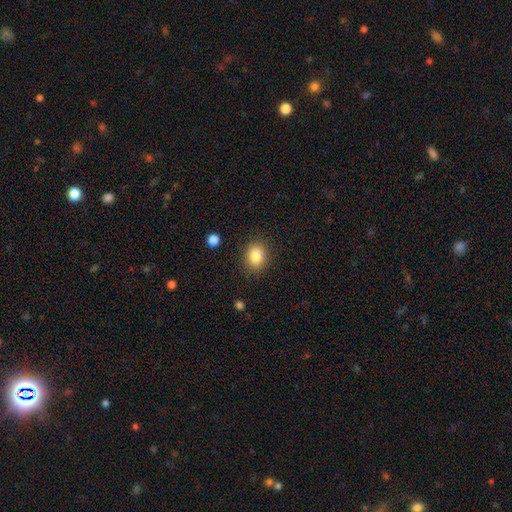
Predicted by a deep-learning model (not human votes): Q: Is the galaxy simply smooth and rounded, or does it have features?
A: smooth — 84%.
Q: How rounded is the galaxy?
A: in between — 58%.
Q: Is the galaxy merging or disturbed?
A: none — 83%.